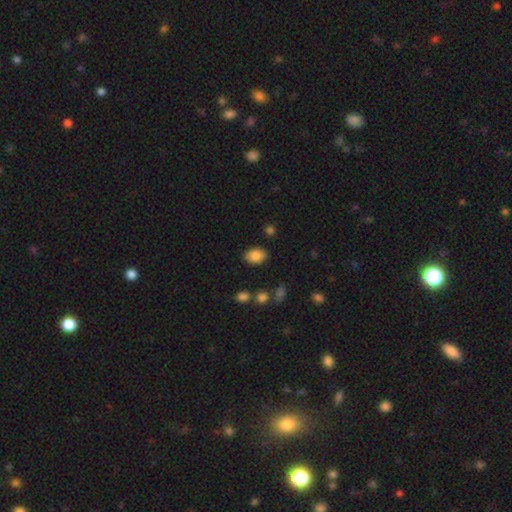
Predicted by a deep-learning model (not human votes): Smooth or featured: smooth — 85% (star or artifact — 9%)
How rounded: in between — 77% (round — 22%)
Merging: none — 84% (minor disturbance — 11%)